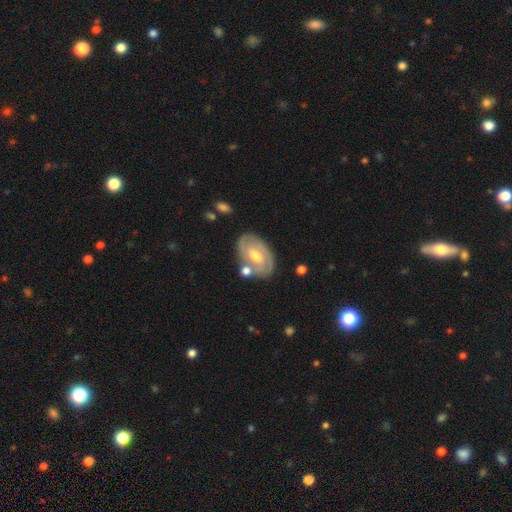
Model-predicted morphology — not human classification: Smooth or featured? Predicted: featured or disk (p=0.73). Edge-on disk? Predicted: no (p=0.95). Bar? Predicted: no (p=0.45). Spiral arms? Predicted: yes (p=0.80). Spiral winding? Predicted: tight (p=0.60). Spiral arm count? Predicted: 2 (p=0.53). Bulge size? Predicted: moderate (p=0.69). Merging? Predicted: none (p=0.68).